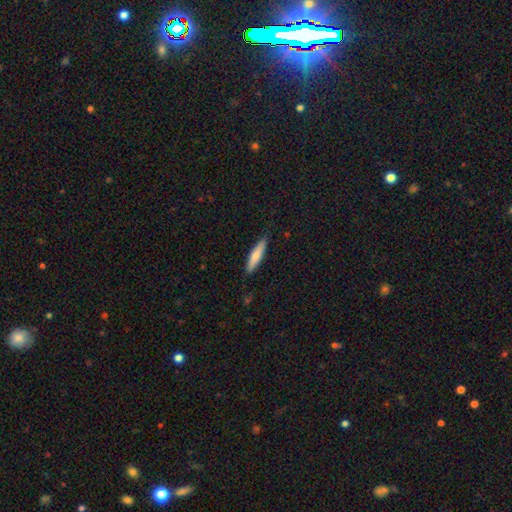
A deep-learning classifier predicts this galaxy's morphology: Smooth or featured? smooth (71%)
How rounded? cigar-shaped (82%)
Merging? none (86%)